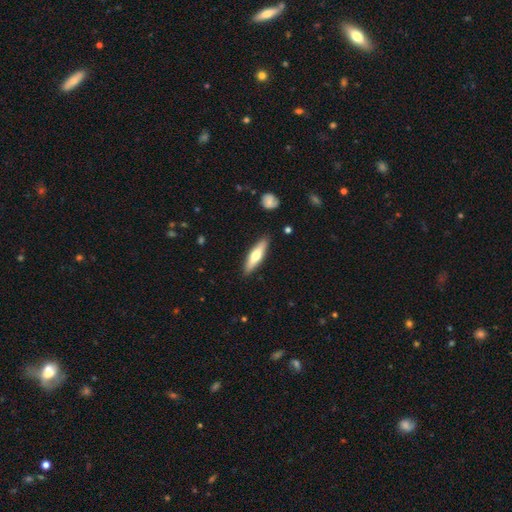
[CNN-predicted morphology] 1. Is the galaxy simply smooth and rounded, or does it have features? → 54% smooth, 41% featured or disk, 5% star or artifact.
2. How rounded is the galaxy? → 68% cigar-shaped, 30% in between, 2% round.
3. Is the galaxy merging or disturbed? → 89% none, 8% minor disturbance, 2% major disturbance, 1% merger.